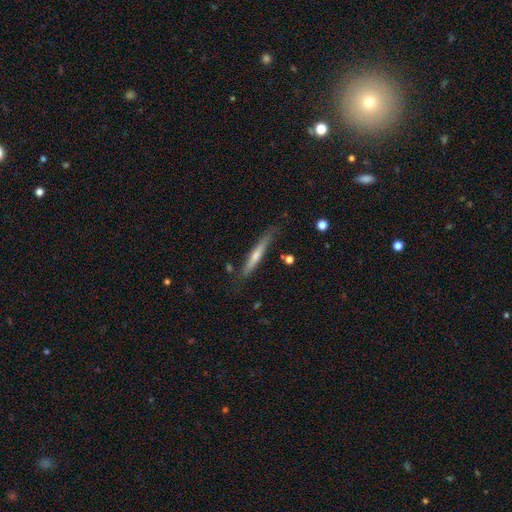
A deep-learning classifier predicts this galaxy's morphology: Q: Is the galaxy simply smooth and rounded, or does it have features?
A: featured or disk — 51%.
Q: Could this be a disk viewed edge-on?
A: yes — 95%.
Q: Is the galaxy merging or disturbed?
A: none — 78%.